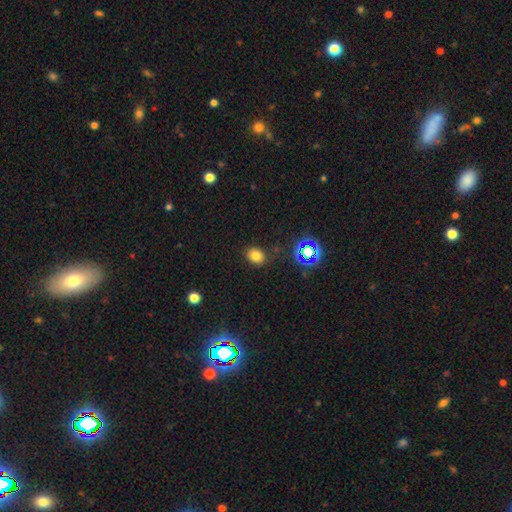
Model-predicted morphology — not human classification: Q: Smooth or featured?
A: smooth (76%); runner-up: star or artifact (17%)
Q: How rounded?
A: round (56%); runner-up: in between (43%)
Q: Merging?
A: none (84%); runner-up: minor disturbance (11%)